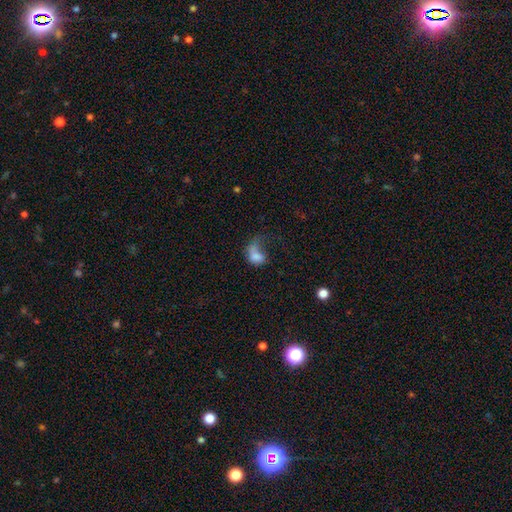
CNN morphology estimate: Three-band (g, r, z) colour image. It shows a smooth galaxy with no disk features (68%) that is in between round and cigar-shaped (76%). Merging: major disturbance (56%).